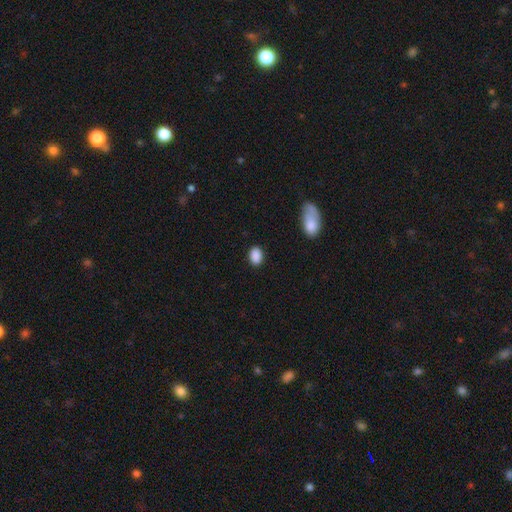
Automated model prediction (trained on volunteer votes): smooth 89%, star or artifact 8%, featured or disk 3%. Down the decision tree: how rounded — in between (80%); merging — none (86%).